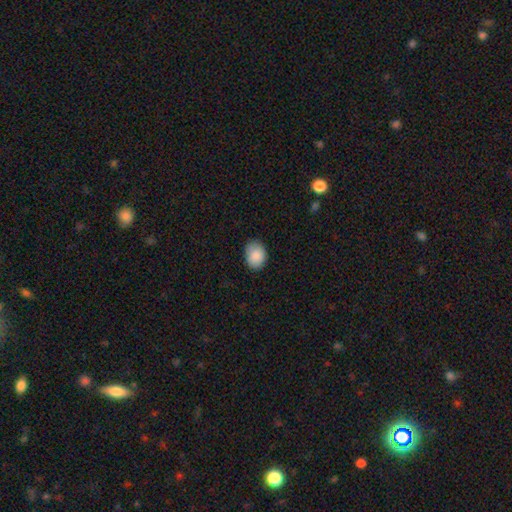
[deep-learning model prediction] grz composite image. It shows a smooth galaxy with no disk features (88%) that is in between round and cigar-shaped (66%). Merging: none (80%).